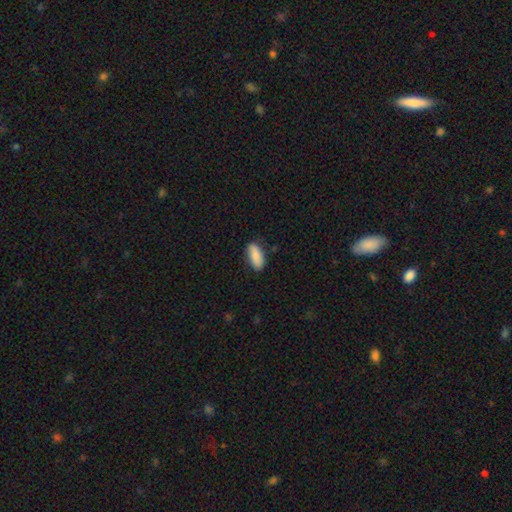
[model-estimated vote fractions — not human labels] Morphology: type=smooth (85%); roundness=in between (82%); merging=none (80%).